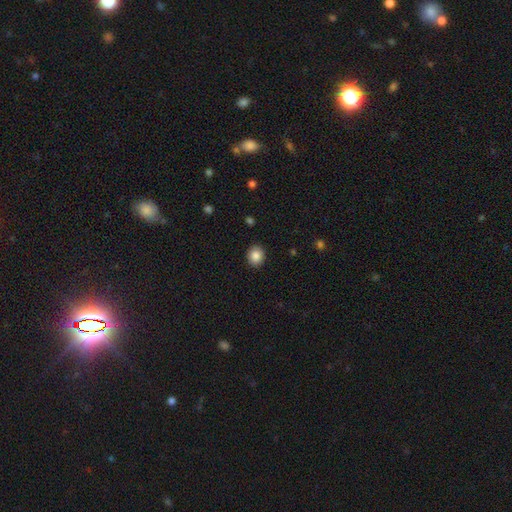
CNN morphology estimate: A smooth galaxy with no disk features (86%) that is round (74%).

Vote fractions:
- Smooth or featured? smooth: 86% / star or artifact: 9% / featured or disk: 5%
- How rounded? round: 74% / in between: 25% / cigar-shaped: 1%
- Merging? none: 91% / minor disturbance: 6% / major disturbance: 2% / merger: 1%